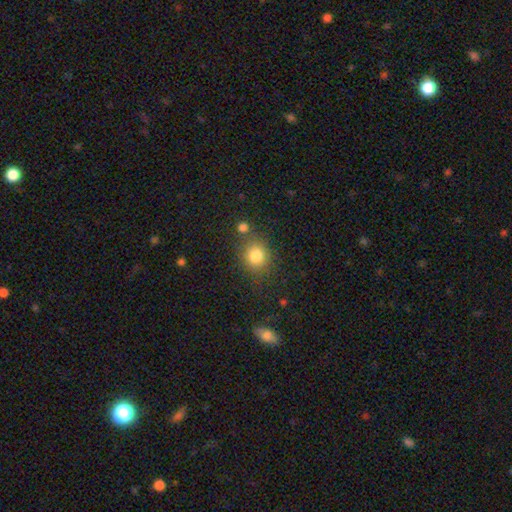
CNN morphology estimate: A smooth galaxy with no disk features (82%) that is round (79%).

Vote fractions:
- Smooth or featured? smooth: 82% / star or artifact: 11% / featured or disk: 7%
- How rounded? round: 79% / in between: 20% / cigar-shaped: 1%
- Merging? none: 74% / minor disturbance: 12% / merger: 10% / major disturbance: 5%